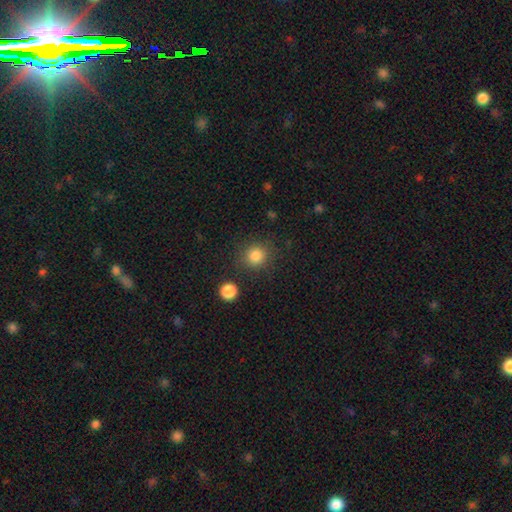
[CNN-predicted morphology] A smooth galaxy with no disk features (84%) that is round (88%). Merging: none (84%).